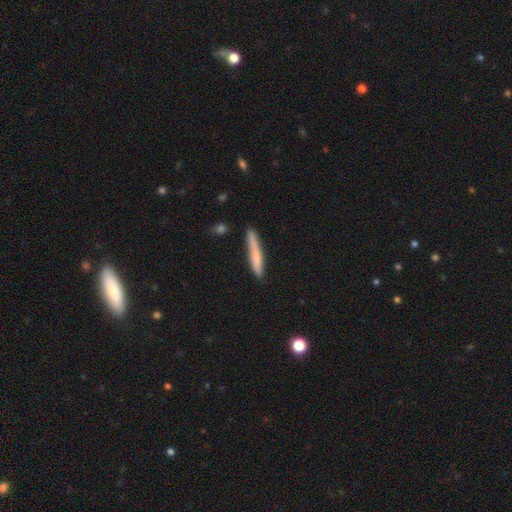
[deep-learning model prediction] smooth 73%, featured or disk 21%, star or artifact 6%. Down the decision tree: how rounded — cigar-shaped (94%); merging — none (77%).